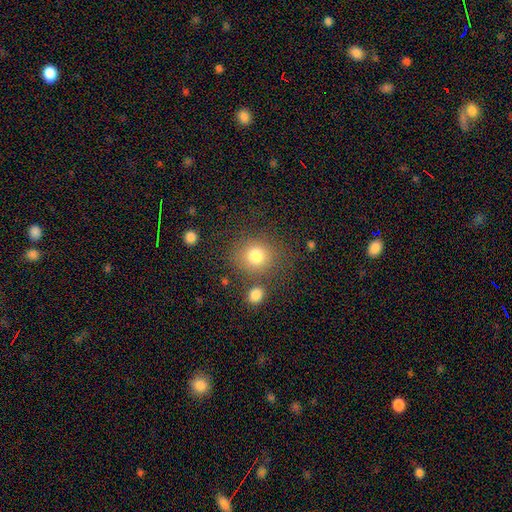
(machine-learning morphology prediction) Smooth or featured? smooth (81%)
How rounded? round (83%)
Merging? none (75%)